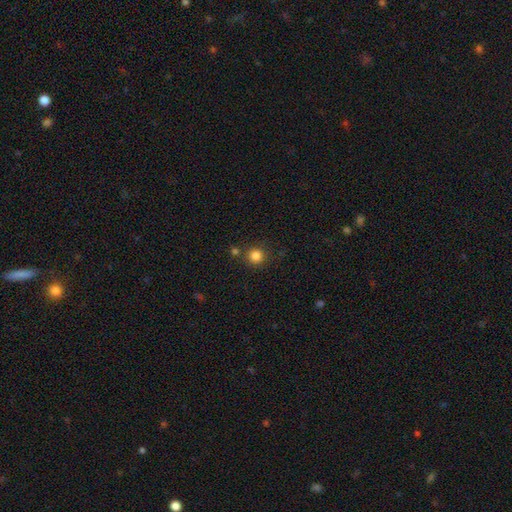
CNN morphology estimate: Smooth or featured? Predicted: smooth (p=0.84). How rounded? Predicted: round (p=0.93). Merging? Predicted: none (p=0.81).